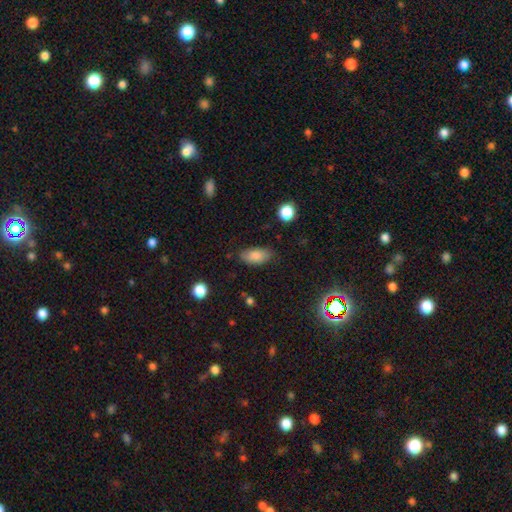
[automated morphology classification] A smooth galaxy with no disk features (83%) that is in between round and cigar-shaped (92%).

Vote fractions:
- Smooth or featured? smooth: 83% / featured or disk: 9% / star or artifact: 8%
- How rounded? in between: 92% / cigar-shaped: 5% / round: 3%
- Merging? none: 76% / minor disturbance: 18% / major disturbance: 4% / merger: 2%